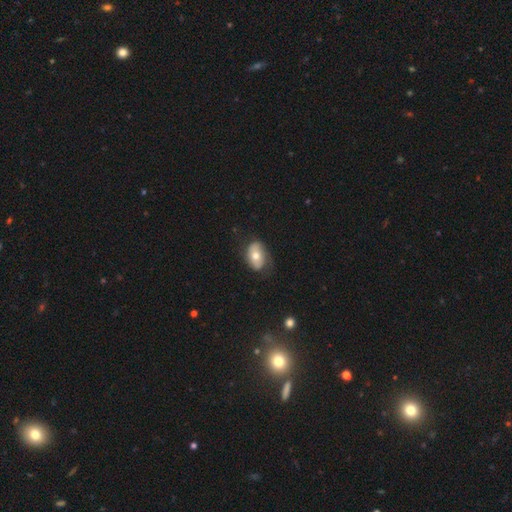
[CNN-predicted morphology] This is possibly a smooth galaxy (59%). How rounded: clearly in between (86%). Merging: likely none (60%).